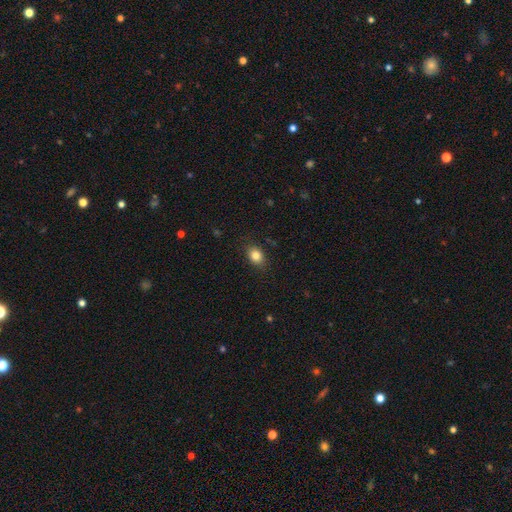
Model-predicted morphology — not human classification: Smooth or featured? smooth (84%)
How rounded? in between (68%)
Merging? none (85%)